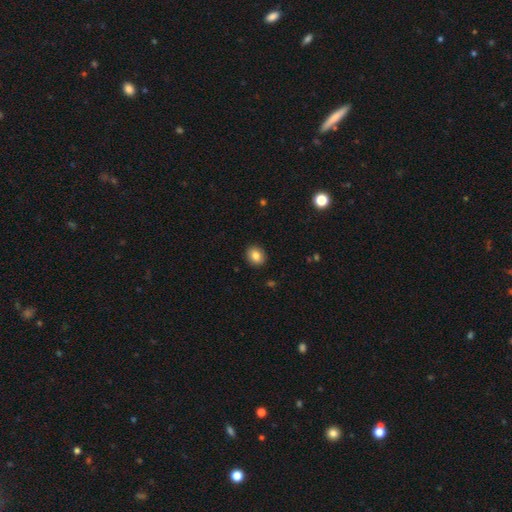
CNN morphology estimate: This is clearly a smooth galaxy (84%). How rounded: possibly round (60%). Merging: clearly none (90%).